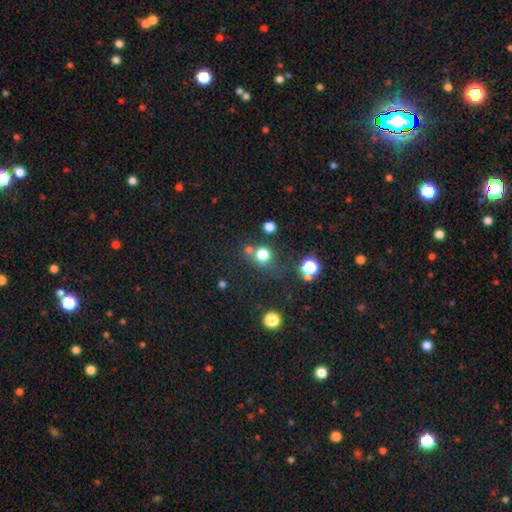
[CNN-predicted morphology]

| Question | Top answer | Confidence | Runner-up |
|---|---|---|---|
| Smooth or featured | star or artifact | 47% | smooth (45%) |